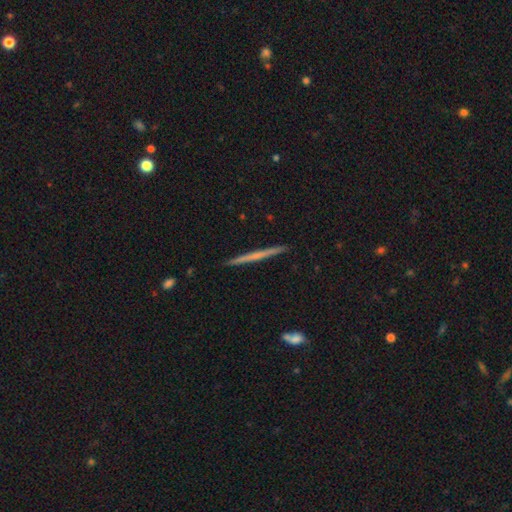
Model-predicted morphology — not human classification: This appears to be a featured or disk galaxy (53%) viewed edge-on (98%) with no central bulge (86%). Merging: none (93%).